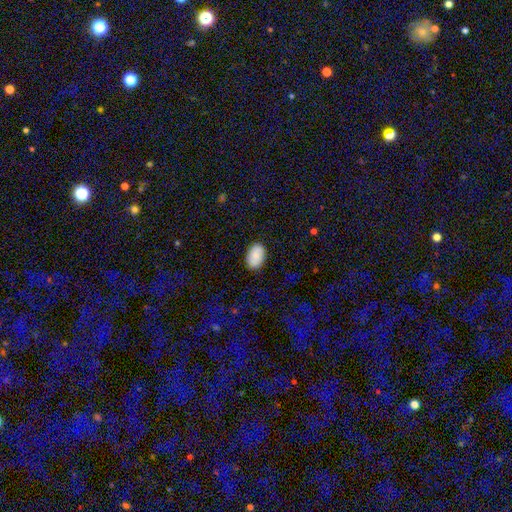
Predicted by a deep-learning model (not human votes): smooth_or_featured: smooth (p=0.83) [alt: featured or disk p=0.11]
how_rounded: in between (p=0.90) [alt: round p=0.09]
merging: none (p=0.87) [alt: minor disturbance p=0.10]